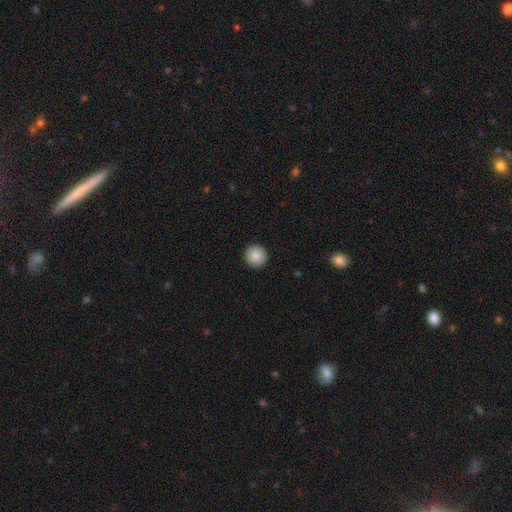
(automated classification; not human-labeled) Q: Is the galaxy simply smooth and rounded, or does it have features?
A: smooth — 87%.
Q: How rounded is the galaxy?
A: round — 95%.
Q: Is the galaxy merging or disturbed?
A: none — 93%.